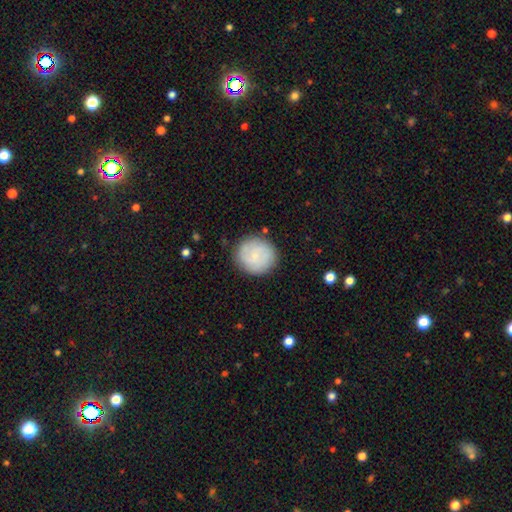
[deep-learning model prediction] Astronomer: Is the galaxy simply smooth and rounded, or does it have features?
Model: smooth — 63%.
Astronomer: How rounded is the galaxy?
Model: round — 91%.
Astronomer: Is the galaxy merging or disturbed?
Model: none — 85%.